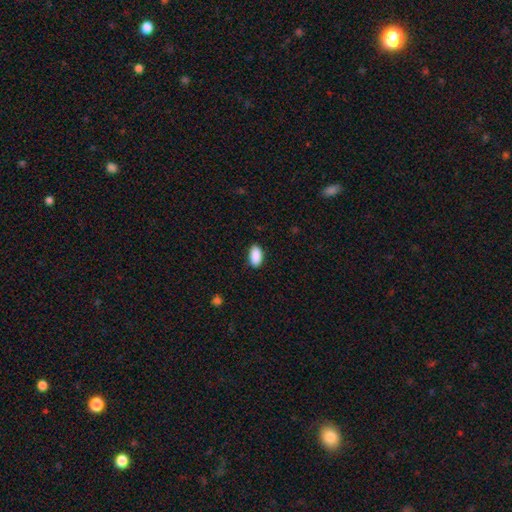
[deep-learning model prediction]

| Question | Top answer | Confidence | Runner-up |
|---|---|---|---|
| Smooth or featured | smooth | 90% | star or artifact (7%) |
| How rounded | in between | 94% | cigar-shaped (3%) |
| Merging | none | 88% | minor disturbance (9%) |